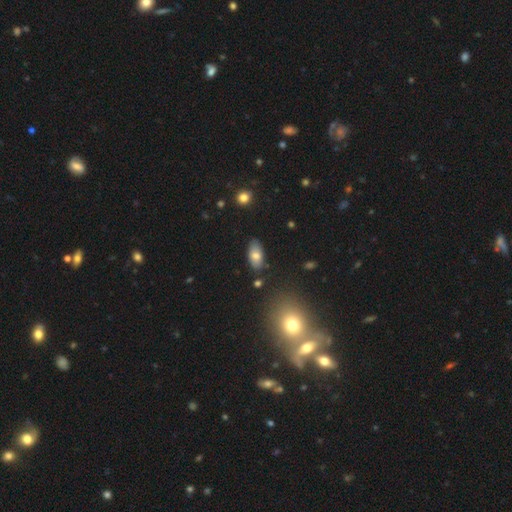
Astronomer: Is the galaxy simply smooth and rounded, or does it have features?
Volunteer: smooth — 74%.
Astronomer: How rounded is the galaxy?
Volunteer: in between — 83%.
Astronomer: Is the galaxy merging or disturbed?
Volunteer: none — 78%.